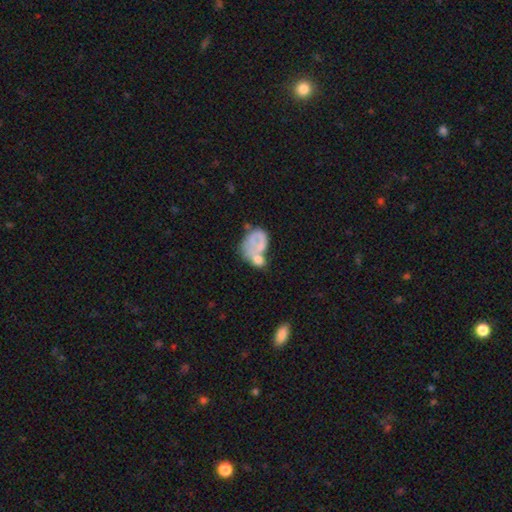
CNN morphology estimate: type=smooth (50%); merging=merger (41%).